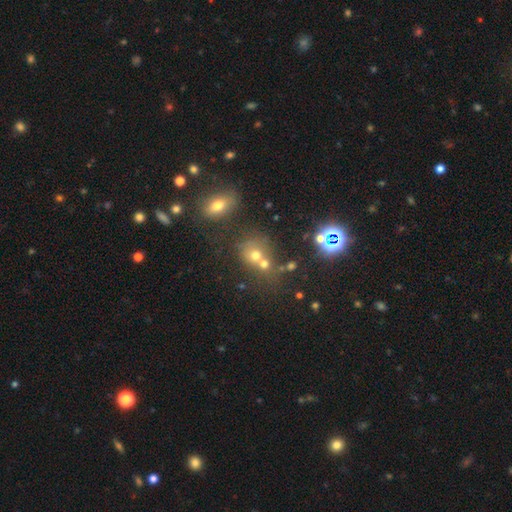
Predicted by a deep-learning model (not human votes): This is possibly a smooth galaxy (54%). How rounded: likely round (70%). Merging: possibly merger (45%).